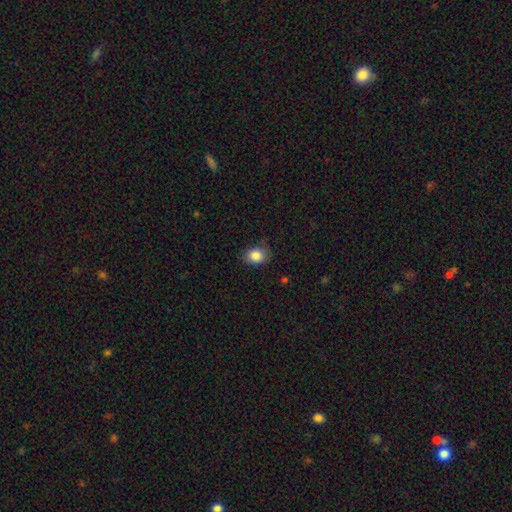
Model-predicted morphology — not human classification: Q: Smooth or featured?
A: smooth (85%); runner-up: star or artifact (9%)
Q: How rounded?
A: in between (54%); runner-up: round (45%)
Q: Merging?
A: none (73%); runner-up: minor disturbance (22%)